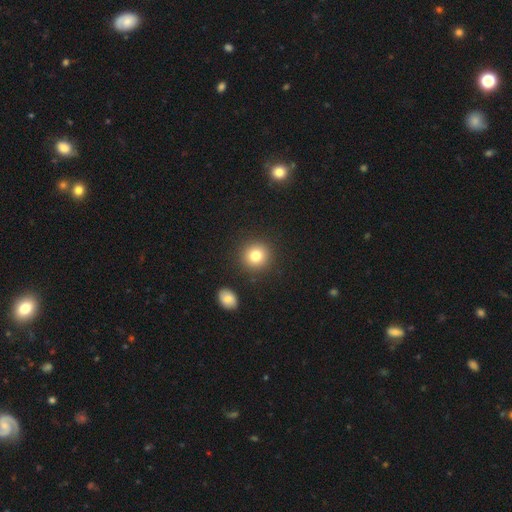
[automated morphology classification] smooth 81%, star or artifact 11%, featured or disk 8%. Down the decision tree: how rounded — round (92%); merging — none (88%).